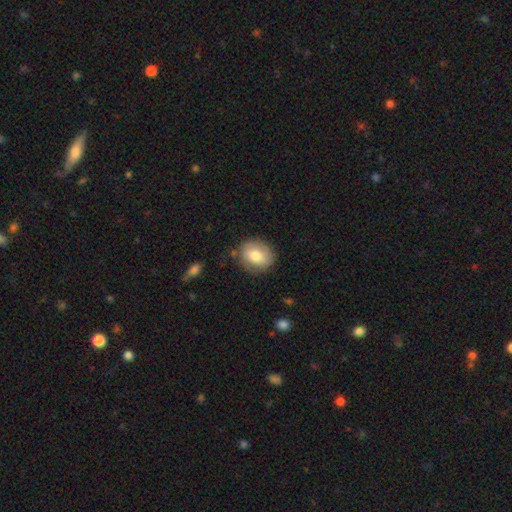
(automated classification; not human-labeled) This appears to be a smooth galaxy with no disk features (77%) that is round (59%). Merging: none (80%).